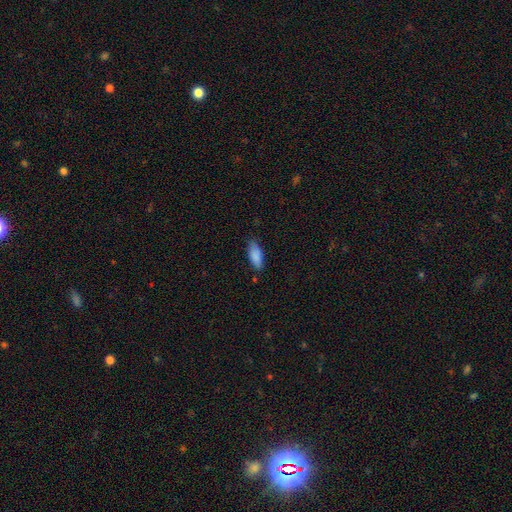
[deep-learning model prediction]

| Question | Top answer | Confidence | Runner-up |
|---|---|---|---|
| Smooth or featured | smooth | 87% | featured or disk (7%) |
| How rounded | in between | 76% | cigar-shaped (22%) |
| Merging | none | 78% | minor disturbance (17%) |